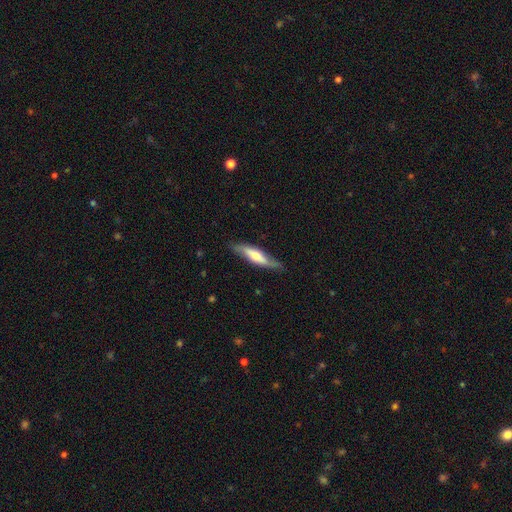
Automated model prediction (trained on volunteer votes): This appears to be a featured or disk galaxy (53%) viewed edge-on (62%). Merging: none (76%).